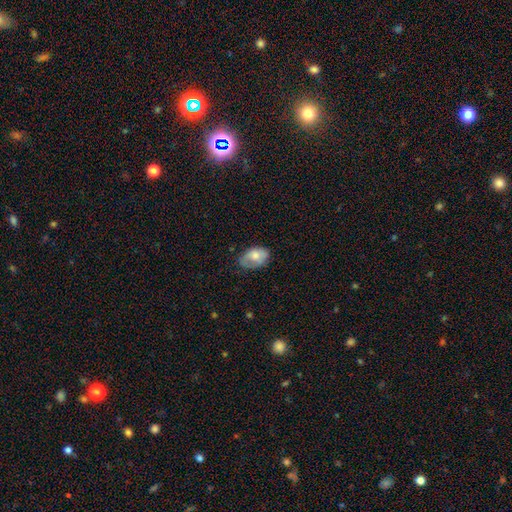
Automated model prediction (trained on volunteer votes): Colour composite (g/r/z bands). It shows a smooth galaxy with no disk features (69%) that is in between round and cigar-shaped (88%). Merging: none (53%).